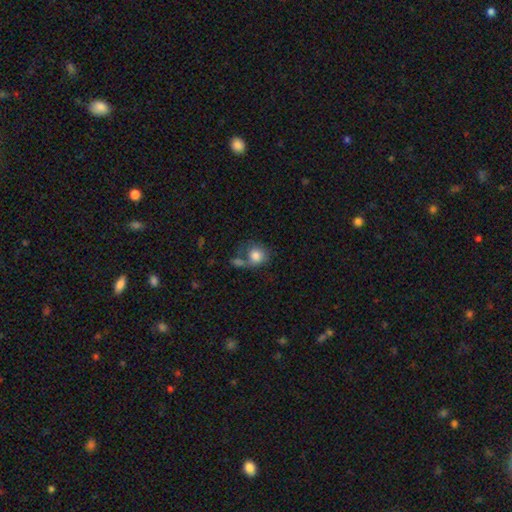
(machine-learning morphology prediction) Smooth or featured? Predicted: smooth (p=0.79). How rounded? Predicted: round (p=0.75). Merging? Predicted: none (p=0.37).